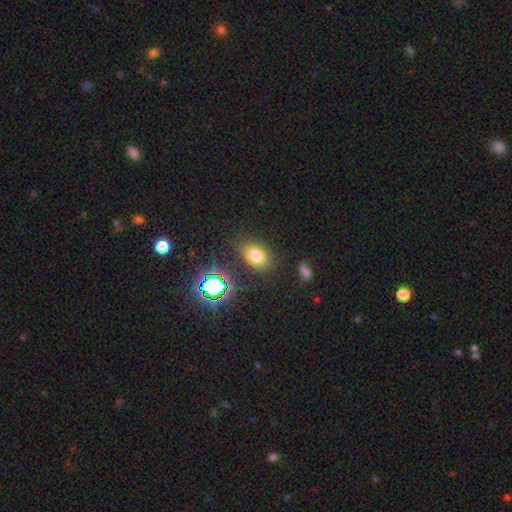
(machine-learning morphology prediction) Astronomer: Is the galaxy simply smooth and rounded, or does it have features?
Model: smooth — 72%.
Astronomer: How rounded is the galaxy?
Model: in between — 77%.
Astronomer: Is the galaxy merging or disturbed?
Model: none — 83%.